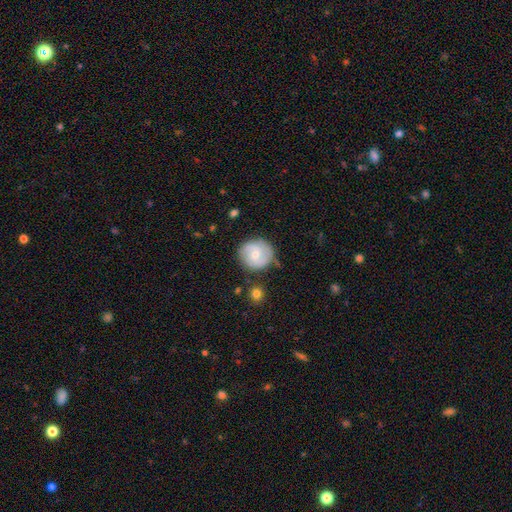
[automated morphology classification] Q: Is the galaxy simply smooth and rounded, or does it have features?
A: featured or disk — 53%.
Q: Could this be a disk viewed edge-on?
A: no — 97%.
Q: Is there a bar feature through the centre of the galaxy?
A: no — 60%.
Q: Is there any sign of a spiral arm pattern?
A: yes — 81%.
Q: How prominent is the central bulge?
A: small — 51%.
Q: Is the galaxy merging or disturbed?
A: none — 78%.